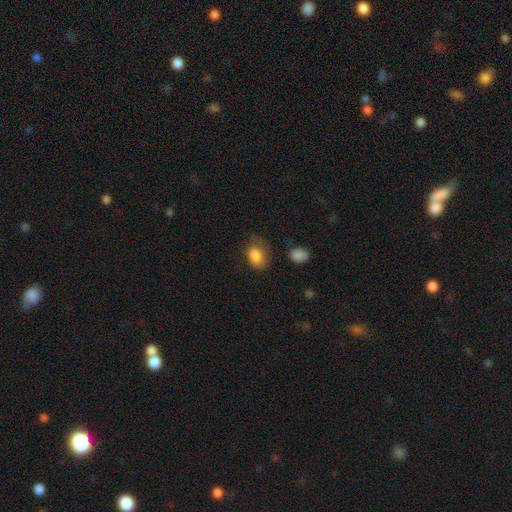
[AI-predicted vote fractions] Smooth or featured?
  - smooth: 85% *
  - star or artifact: 9%
  - featured or disk: 6%
How rounded?
  - in between: 80% *
  - round: 19%
  - cigar-shaped: 1%
Merging?
  - none: 57% *
  - minor disturbance: 28%
  - major disturbance: 12%
  - merger: 3%